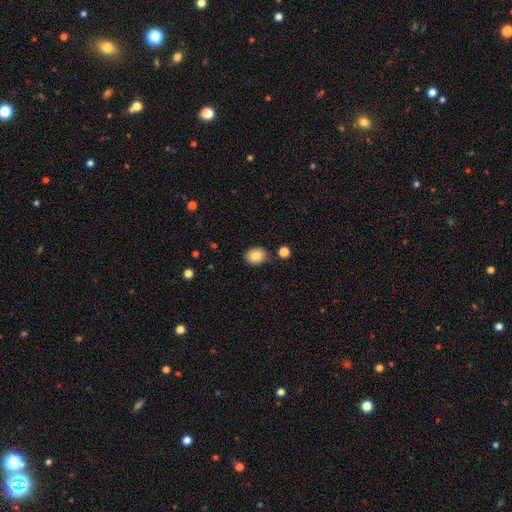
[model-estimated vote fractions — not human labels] smooth-or-featured: smooth: 85% | star or artifact: 8% | featured or disk: 6%
  how-rounded: in between: 61% | round: 38% | cigar-shaped: 1%
  merging: none: 81% | minor disturbance: 13% | merger: 4% | major disturbance: 3%